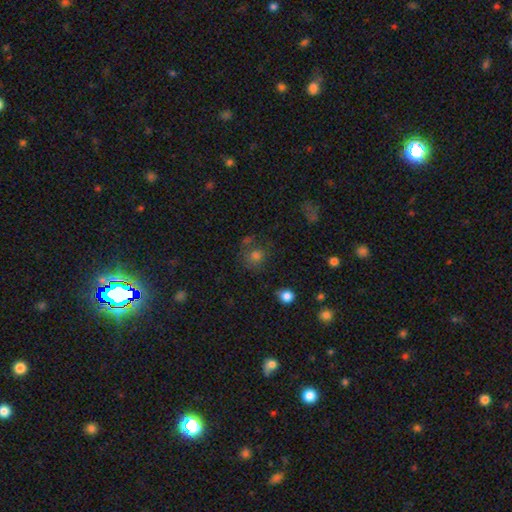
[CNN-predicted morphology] smooth_or_featured: smooth (p=0.70) [alt: star or artifact p=0.19]
how_rounded: round (p=0.83) [alt: in between p=0.16]
merging: none (p=0.62) [alt: minor disturbance p=0.18]